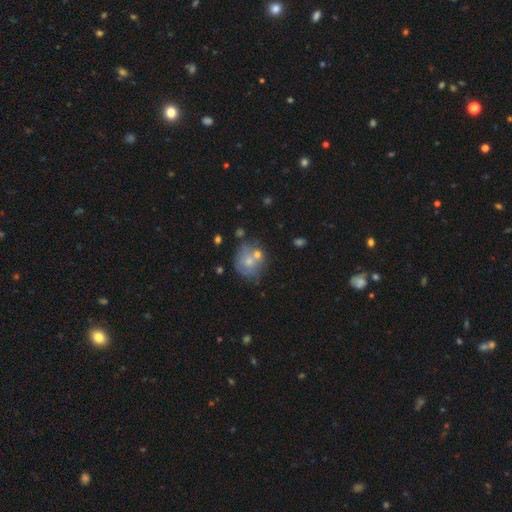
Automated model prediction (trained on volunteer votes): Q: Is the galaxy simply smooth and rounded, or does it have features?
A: smooth — 49%.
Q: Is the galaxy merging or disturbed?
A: none — 56%.